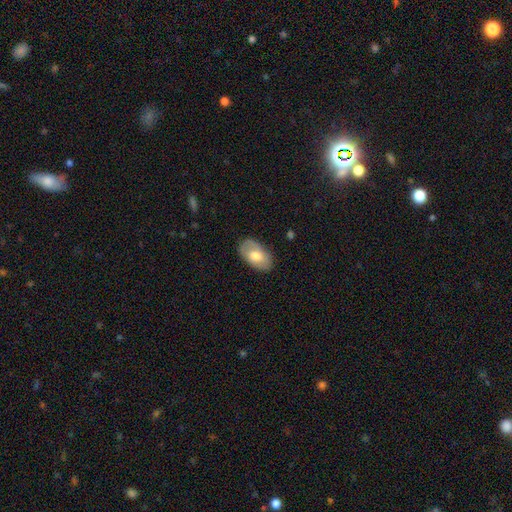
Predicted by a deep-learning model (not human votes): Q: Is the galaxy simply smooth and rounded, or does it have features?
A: smooth — 65%.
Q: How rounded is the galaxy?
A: in between — 93%.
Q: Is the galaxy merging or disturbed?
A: none — 82%.